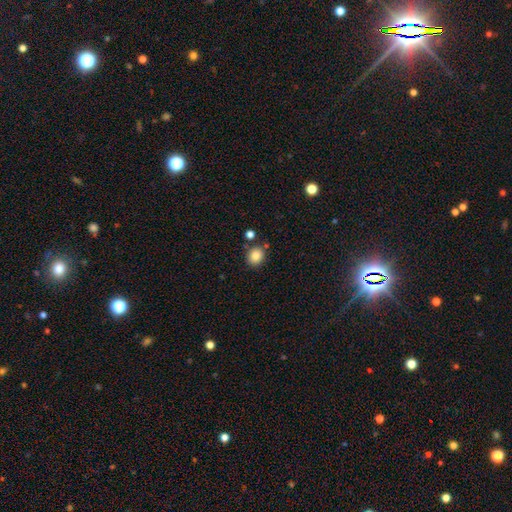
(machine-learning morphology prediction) This appears to be a smooth galaxy with no disk features (84%) that is round (78%). Merging: none (80%).